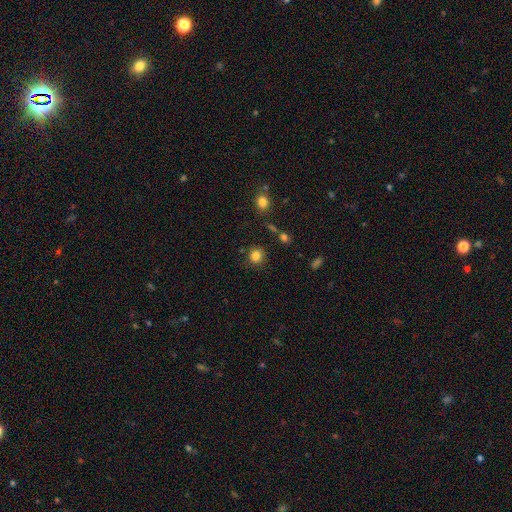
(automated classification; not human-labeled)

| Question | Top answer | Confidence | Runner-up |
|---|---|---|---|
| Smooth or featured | smooth | 83% | star or artifact (12%) |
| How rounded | round | 85% | in between (14%) |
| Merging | none | 86% | minor disturbance (8%) |